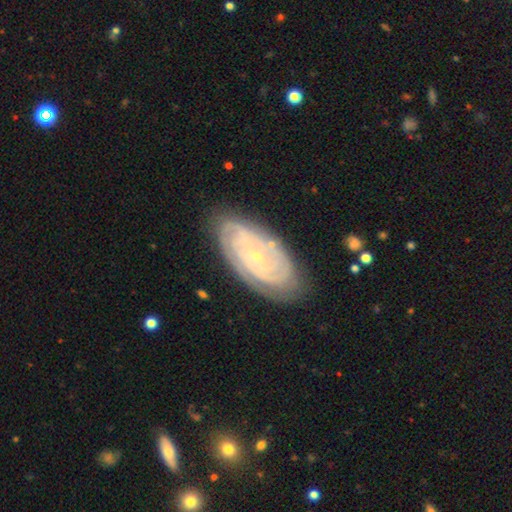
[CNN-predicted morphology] This is clearly a featured or disk galaxy (84%). It is clearly not viewed edge-on (95%). Bar: likely no (73%). Spiral arm pattern: clearly yes (96%). Spiral arm count: marginally can't tell (29%). Spiral winding: clearly tight (81%). Central bulge: clearly small (84%). Merging: likely none (79%).